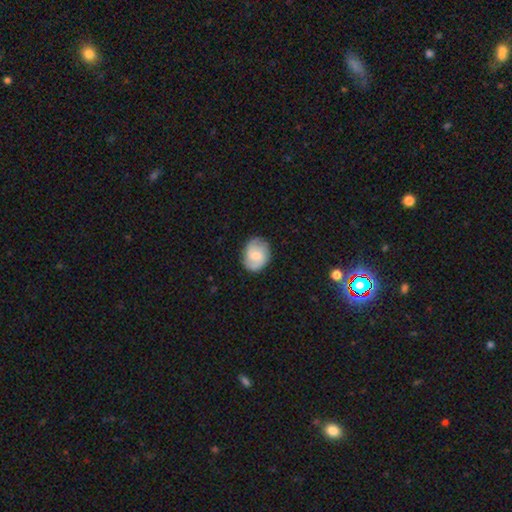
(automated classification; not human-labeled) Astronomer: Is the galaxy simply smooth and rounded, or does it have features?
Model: featured or disk — 52% (runner-up: smooth, 41%).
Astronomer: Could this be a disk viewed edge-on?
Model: no — 97%.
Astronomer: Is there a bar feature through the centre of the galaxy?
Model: no — 50% (runner-up: weak, 43%).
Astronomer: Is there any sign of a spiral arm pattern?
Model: yes — 90%.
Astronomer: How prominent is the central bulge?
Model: moderate — 47% (runner-up: small, 41%).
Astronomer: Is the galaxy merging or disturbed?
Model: none — 80%.